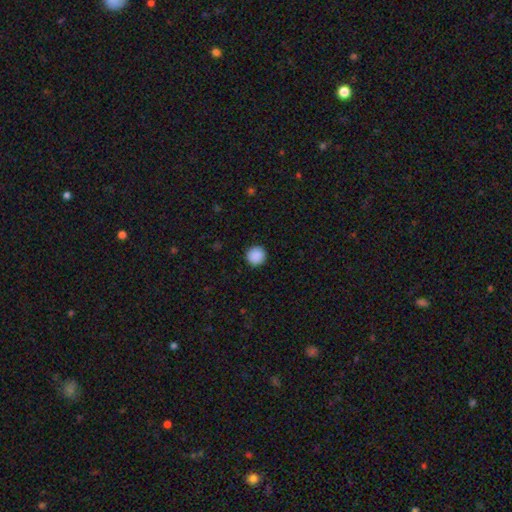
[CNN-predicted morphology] type=smooth (90%); roundness=round (96%); merging=none (93%).